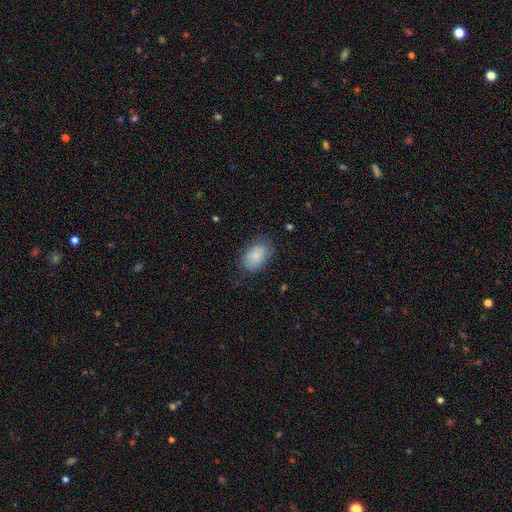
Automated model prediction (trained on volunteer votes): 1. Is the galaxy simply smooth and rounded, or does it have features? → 86% smooth, 8% featured or disk, 7% star or artifact.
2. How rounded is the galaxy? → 89% in between, 10% round, 1% cigar-shaped.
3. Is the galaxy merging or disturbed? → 74% none, 19% minor disturbance, 6% major disturbance, 1% merger.